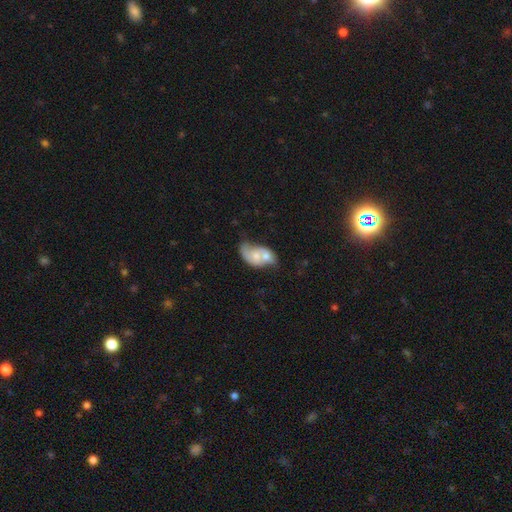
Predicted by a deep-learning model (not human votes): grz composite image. It shows a smooth galaxy with no disk features (48%). Merging: merger (67%).